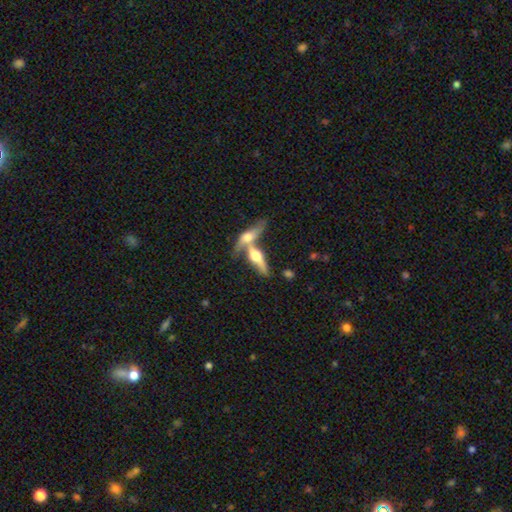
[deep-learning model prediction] A featured or disk galaxy (61%) viewed edge-on (86%) with a rounded central bulge (94%). Merging: merger (59%).